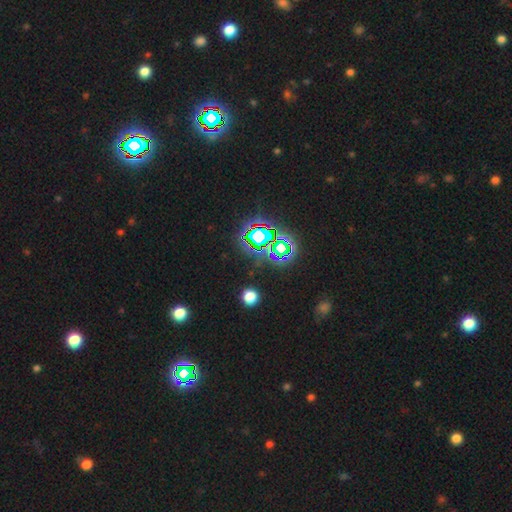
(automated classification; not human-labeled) Morphology: type=star or artifact (74%).